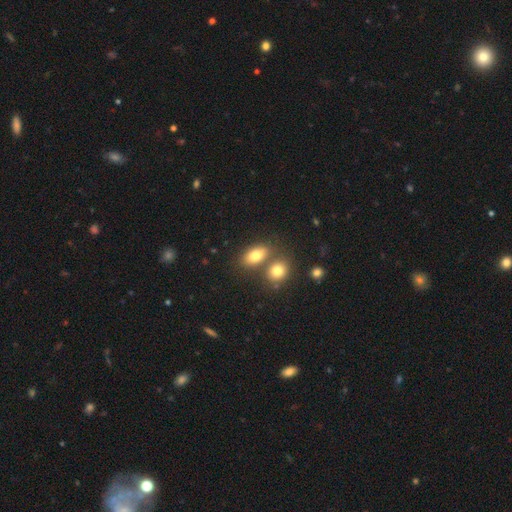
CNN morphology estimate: This is likely a smooth galaxy (78%). How rounded: clearly in between (83%). Merging: possibly none (54%).